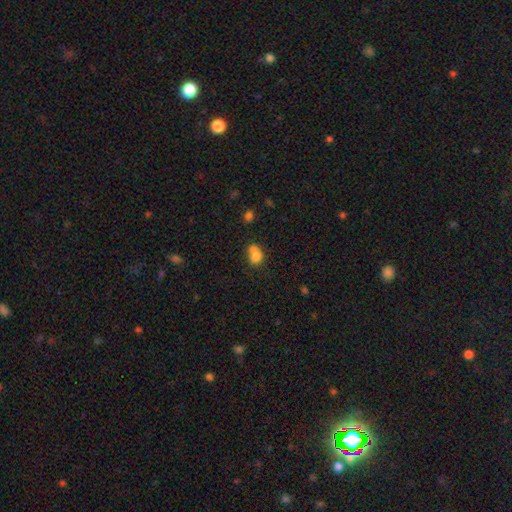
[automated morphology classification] A smooth galaxy with no disk features (74%) that is round (52%). Merging: merger (63%).